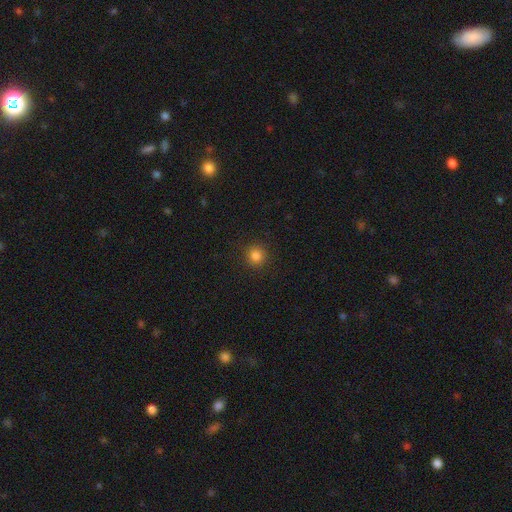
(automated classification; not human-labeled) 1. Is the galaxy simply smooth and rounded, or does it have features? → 83% smooth, 13% star or artifact, 4% featured or disk.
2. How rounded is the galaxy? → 94% round, 5% in between, 1% cigar-shaped.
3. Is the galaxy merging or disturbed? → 91% none, 6% minor disturbance, 2% major disturbance, 1% merger.